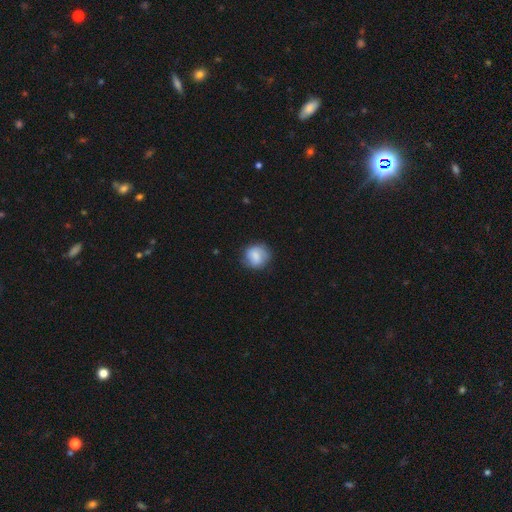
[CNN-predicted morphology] A smooth galaxy with no disk features (70%) that is round (83%). Merging: none (77%).